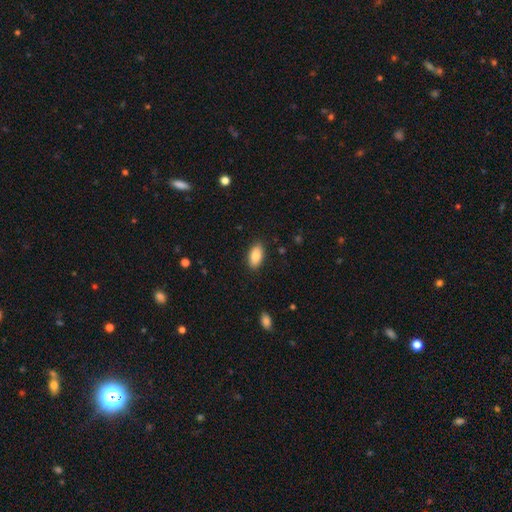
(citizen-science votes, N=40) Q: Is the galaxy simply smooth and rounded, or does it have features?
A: smooth — 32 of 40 (80%).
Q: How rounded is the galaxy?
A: in between — 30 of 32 (94%).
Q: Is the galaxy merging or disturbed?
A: none — 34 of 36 (94%).